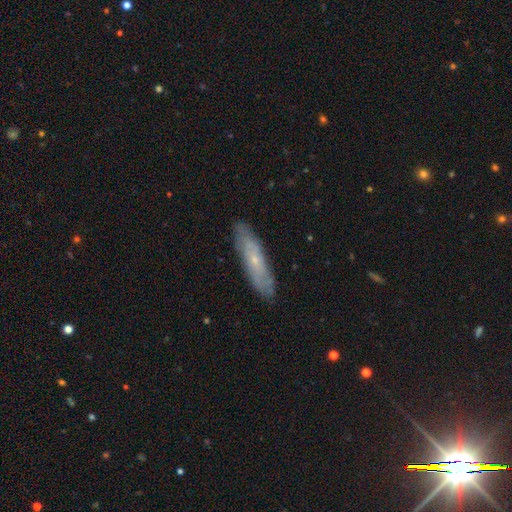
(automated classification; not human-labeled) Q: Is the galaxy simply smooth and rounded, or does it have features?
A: featured or disk — 50%.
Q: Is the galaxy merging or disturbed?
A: none — 87%.